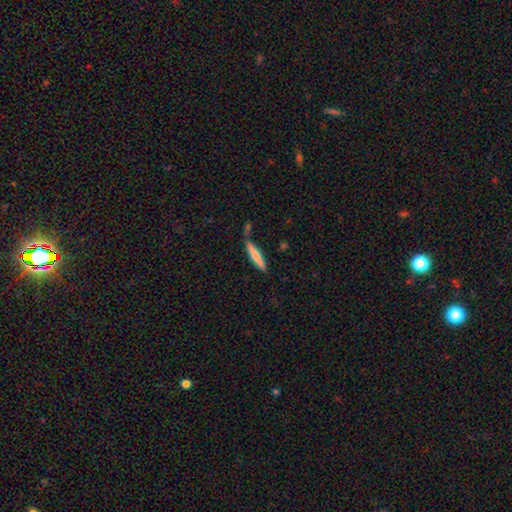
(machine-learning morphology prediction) Smooth or featured?
  - smooth: 61% *
  - featured or disk: 33%
  - star or artifact: 6%
How rounded?
  - cigar-shaped: 89% *
  - in between: 9%
  - round: 2%
Merging?
  - none: 69% *
  - minor disturbance: 17%
  - merger: 10%
  - major disturbance: 4%